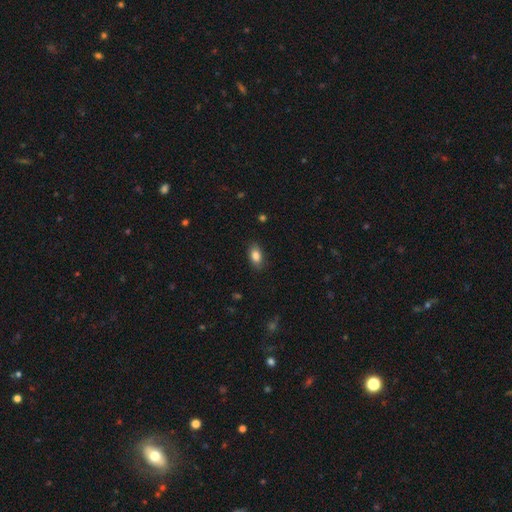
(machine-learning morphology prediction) Smooth or featured: smooth — 85% (star or artifact — 8%)
How rounded: in between — 89% (round — 8%)
Merging: none — 85% (minor disturbance — 12%)